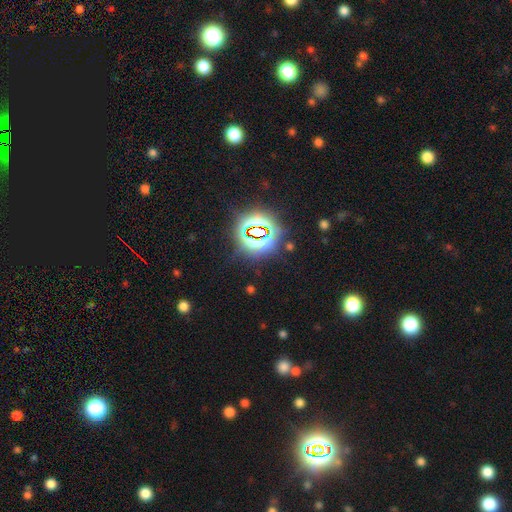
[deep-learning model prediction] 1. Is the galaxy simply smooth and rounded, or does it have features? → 82% star or artifact, 11% smooth, 7% featured or disk.